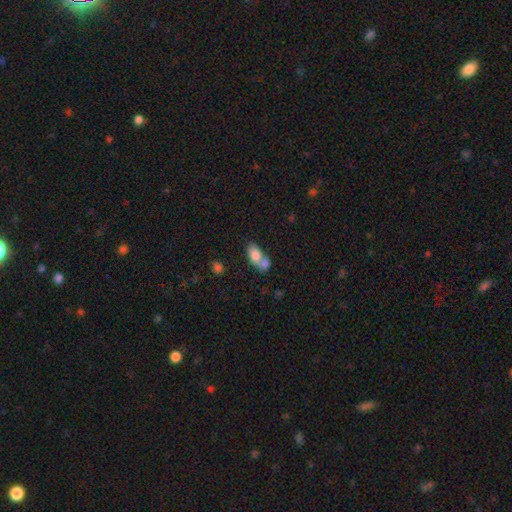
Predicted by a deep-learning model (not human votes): smooth_or_featured: smooth (p=0.78) [alt: featured or disk p=0.14]
how_rounded: in between (p=0.88) [alt: round p=0.09]
merging: merger (p=0.59) [alt: none p=0.27]